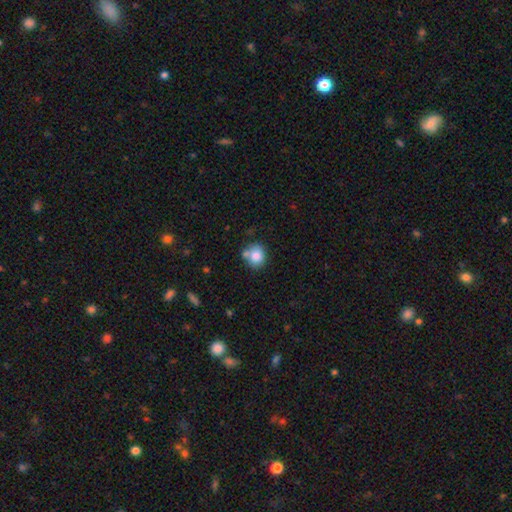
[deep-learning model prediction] This is clearly a smooth galaxy (81%). How rounded: clearly round (82%). Merging: likely none (60%).